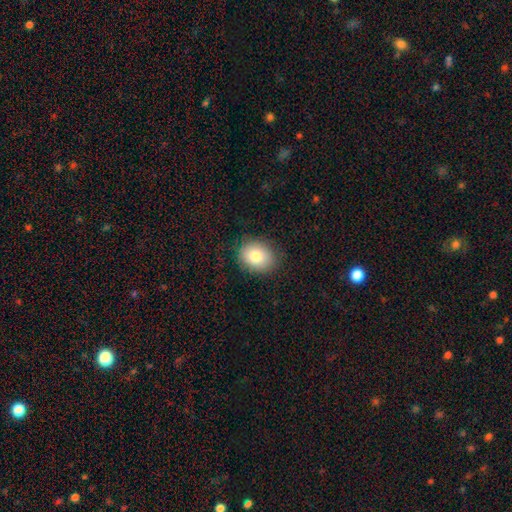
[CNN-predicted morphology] smooth_or_featured: smooth (p=0.80) [alt: featured or disk p=0.11]
how_rounded: round (p=0.50) [alt: in between p=0.49]
merging: none (p=0.84) [alt: minor disturbance p=0.12]